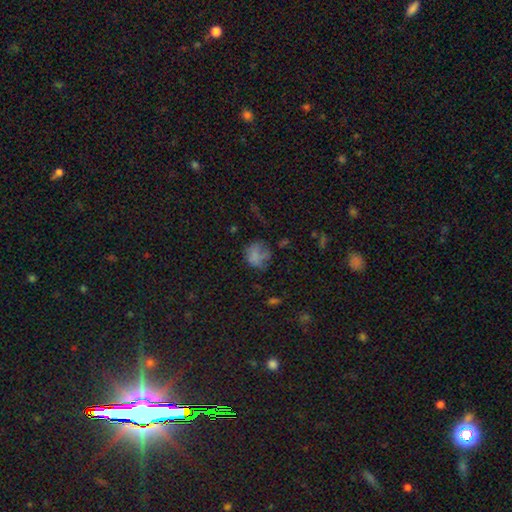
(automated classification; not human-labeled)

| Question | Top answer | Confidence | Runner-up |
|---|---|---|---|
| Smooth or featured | smooth | 67% | featured or disk (17%) |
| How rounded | round | 67% | in between (32%) |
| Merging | none | 46% | minor disturbance (26%) |